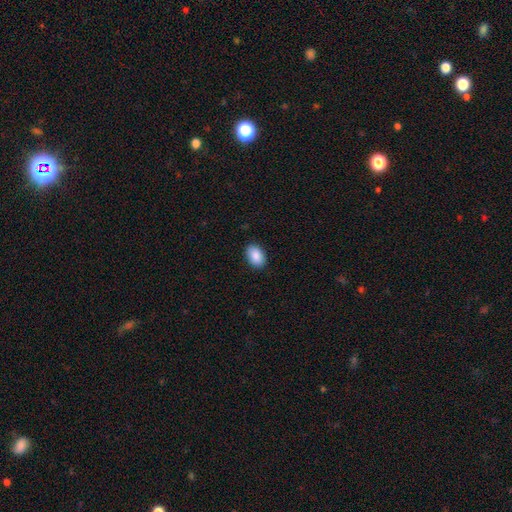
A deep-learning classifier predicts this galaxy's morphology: type=smooth (89%); roundness=in between (89%); merging=none (89%).